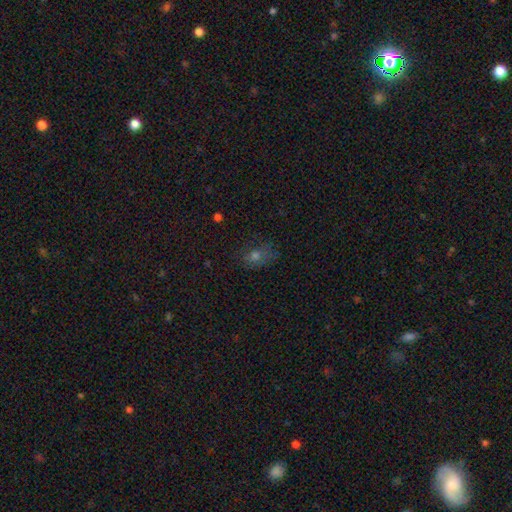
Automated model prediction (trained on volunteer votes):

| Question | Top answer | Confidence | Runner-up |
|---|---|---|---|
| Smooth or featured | smooth | 59% | star or artifact (25%) |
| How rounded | in between | 63% | round (35%) |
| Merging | none | 66% | minor disturbance (23%) |